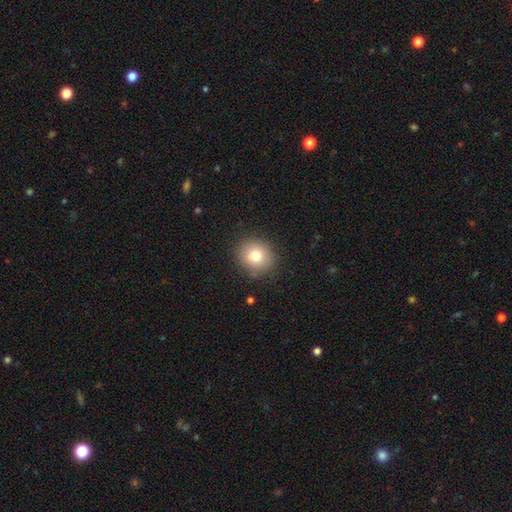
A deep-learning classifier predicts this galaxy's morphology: A smooth galaxy with no disk features (76%) that is round (83%). Merging: none (86%).